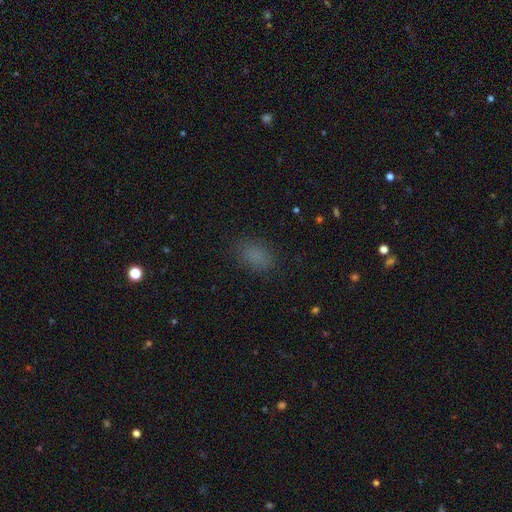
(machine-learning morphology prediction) Smooth or featured? Predicted: smooth (p=0.80). How rounded? Predicted: in between (p=0.83). Merging? Predicted: none (p=0.82).